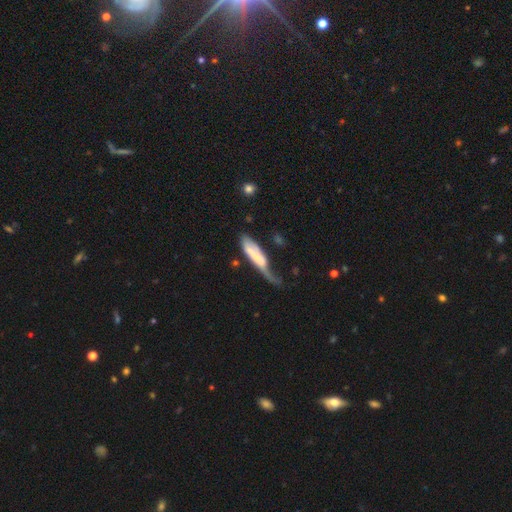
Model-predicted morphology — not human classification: Overall: smooth (53%; featured or disk 41%). How rounded: cigar-shaped (63%; in between 35%). Merging: major disturbance (47%; minor disturbance 26%).